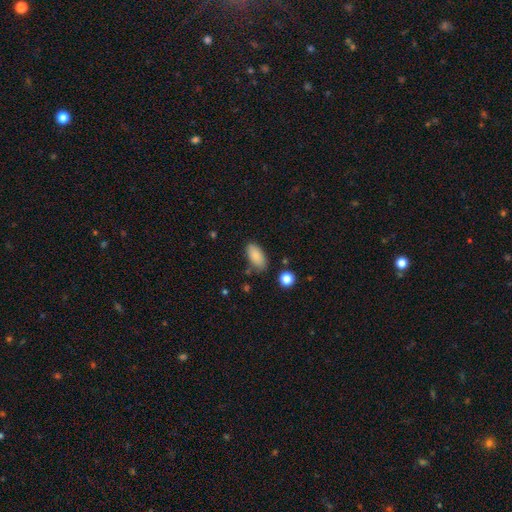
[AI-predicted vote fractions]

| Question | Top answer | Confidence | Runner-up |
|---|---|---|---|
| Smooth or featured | smooth | 87% | star or artifact (8%) |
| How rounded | in between | 89% | cigar-shaped (8%) |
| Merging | none | 76% | minor disturbance (16%) |